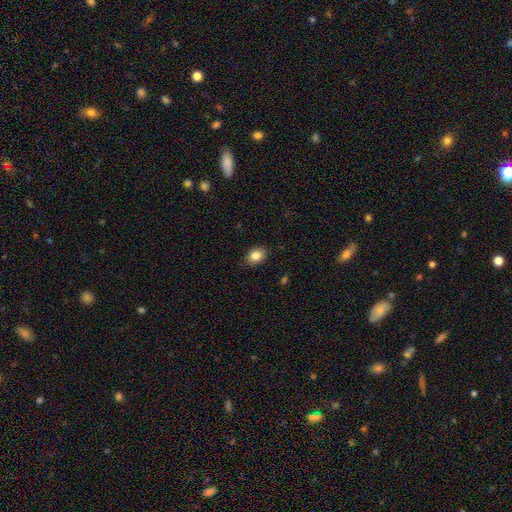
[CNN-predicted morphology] smooth-or-featured: smooth: 85% | star or artifact: 9% | featured or disk: 7%
  how-rounded: in between: 67% | round: 32% | cigar-shaped: 1%
  merging: none: 86% | minor disturbance: 10% | major disturbance: 2% | merger: 1%